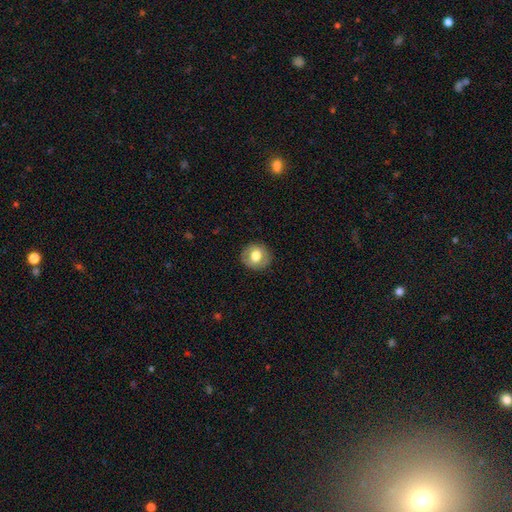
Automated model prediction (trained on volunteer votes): smooth-or-featured: smooth: 67% | featured or disk: 25% | star or artifact: 8%
  how-rounded: round: 84% | in between: 15% | cigar-shaped: 1%
  merging: none: 86% | minor disturbance: 10% | major disturbance: 3% | merger: 1%